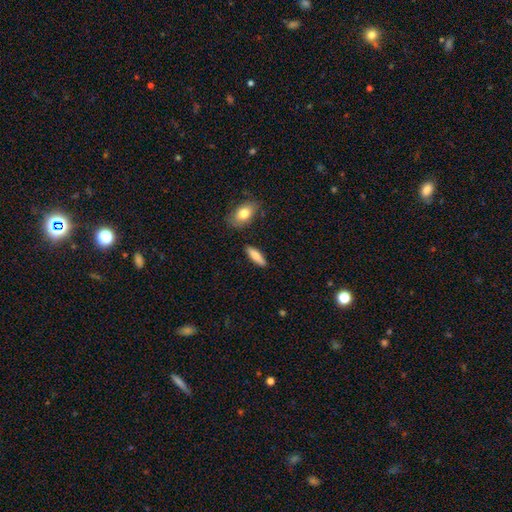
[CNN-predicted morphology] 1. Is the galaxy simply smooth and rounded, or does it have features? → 77% smooth, 17% featured or disk, 6% star or artifact.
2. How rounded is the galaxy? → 55% cigar-shaped, 43% in between, 2% round.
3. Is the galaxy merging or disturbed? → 86% none, 9% minor disturbance, 3% merger, 2% major disturbance.